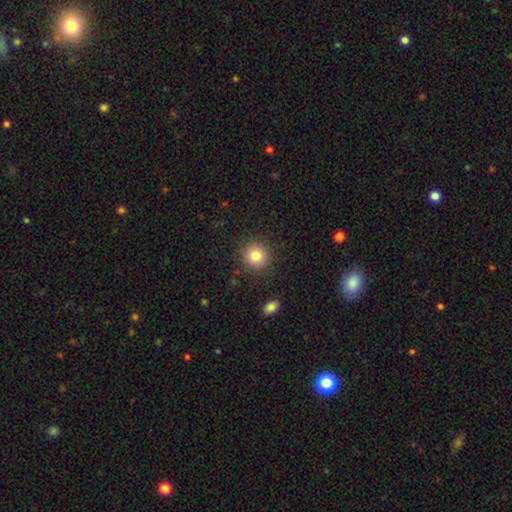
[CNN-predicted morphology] smooth 83%, star or artifact 11%, featured or disk 7%. Down the decision tree: how rounded — round (91%); merging — none (89%).